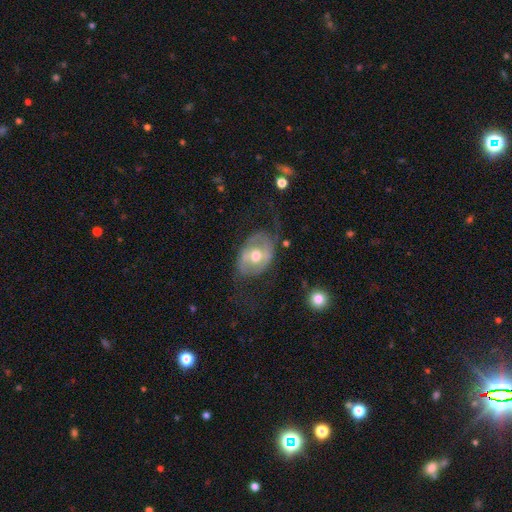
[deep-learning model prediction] smooth-or-featured: featured or disk: 69% | smooth: 25% | star or artifact: 6%
  disk-edge-on: no: 95% | yes: 5%
    bar: weak: 38% (tied) | no: 38% (tied) | strong: 24%
    has-spiral-arms: yes: 65% | no: 35%
    bulge-size: moderate: 77% | small: 13% | large: 8% | dominant: 1% | none: 1%
  merging: none: 53% | major disturbance: 23% | minor disturbance: 21% | merger: 2%